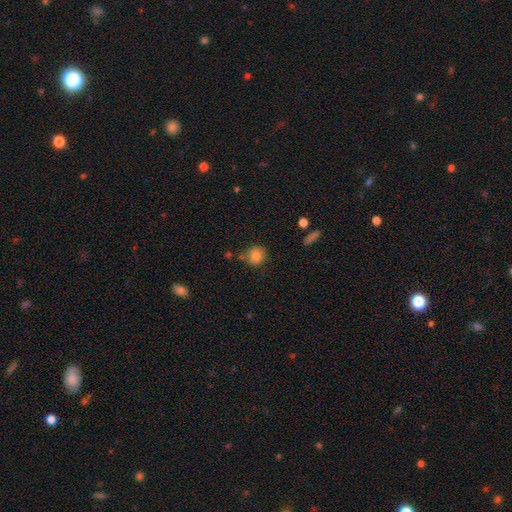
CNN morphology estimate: smooth_or_featured: smooth (p=0.81) [alt: star or artifact p=0.10]
how_rounded: round (p=0.82) [alt: in between p=0.17]
merging: none (p=0.68) [alt: minor disturbance p=0.20]